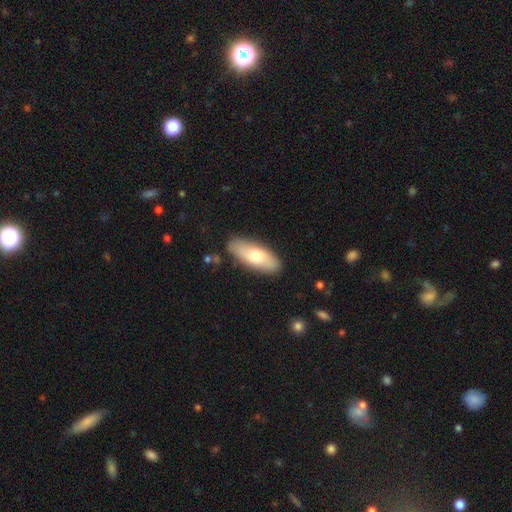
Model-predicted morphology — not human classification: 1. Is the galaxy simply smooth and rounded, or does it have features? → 68% smooth, 26% featured or disk, 6% star or artifact.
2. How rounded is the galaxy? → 78% in between, 19% cigar-shaped, 2% round.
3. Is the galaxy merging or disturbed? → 84% none, 11% minor disturbance, 2% major disturbance, 2% merger.